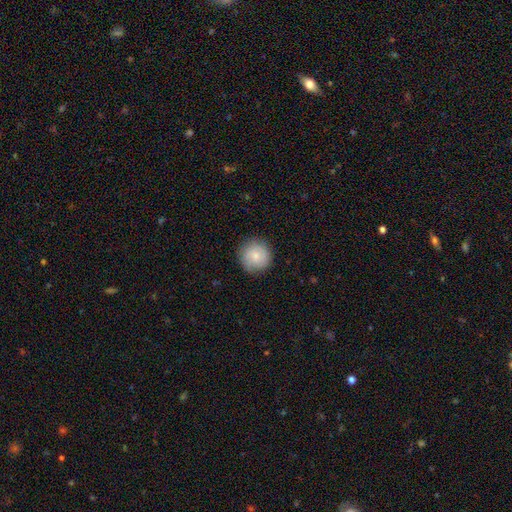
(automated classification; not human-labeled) Smooth or featured: smooth — 78% (featured or disk — 16%)
How rounded: round — 95% (in between — 4%)
Merging: none — 86% (minor disturbance — 10%)